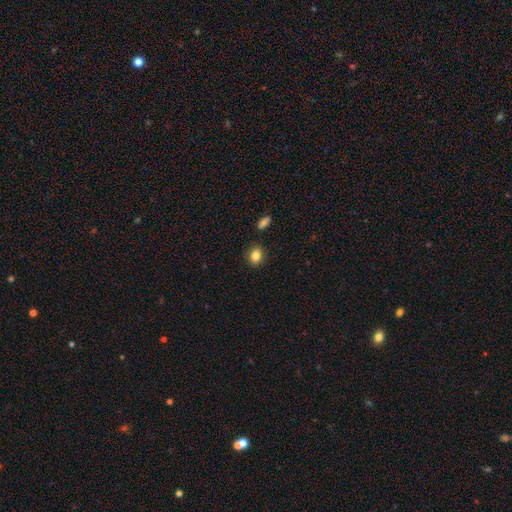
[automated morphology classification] Smooth or featured?
  - smooth: 84% *
  - star or artifact: 10%
  - featured or disk: 6%
How rounded?
  - in between: 59% *
  - round: 40%
  - cigar-shaped: 1%
Merging?
  - none: 87% *
  - minor disturbance: 8%
  - merger: 3%
  - major disturbance: 2%